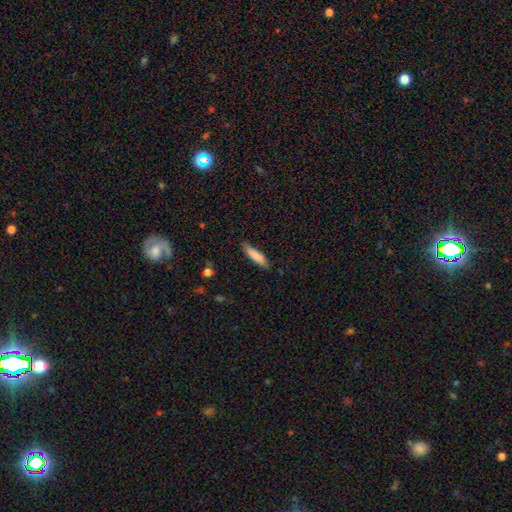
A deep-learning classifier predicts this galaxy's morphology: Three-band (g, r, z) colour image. It shows a smooth galaxy with no disk features (80%) that is cigar-shaped (79%). Merging: none (82%).